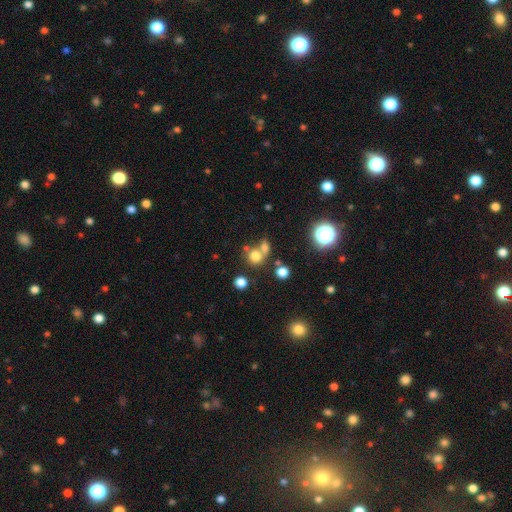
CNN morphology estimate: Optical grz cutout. It shows a smooth galaxy with no disk features (72%) that is round (82%). Merging: none (49%).